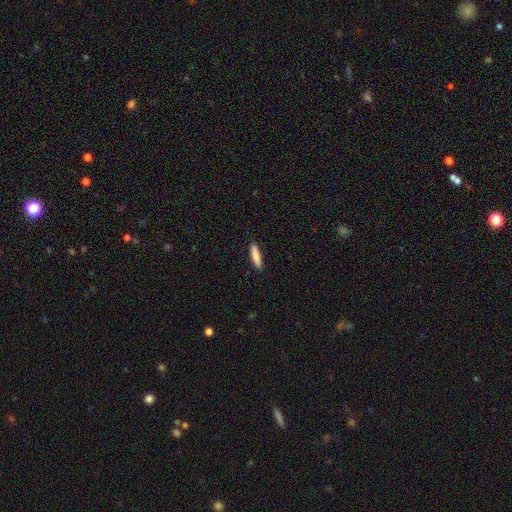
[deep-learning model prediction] Smooth or featured? smooth (83%)
How rounded? cigar-shaped (81%)
Merging? none (89%)